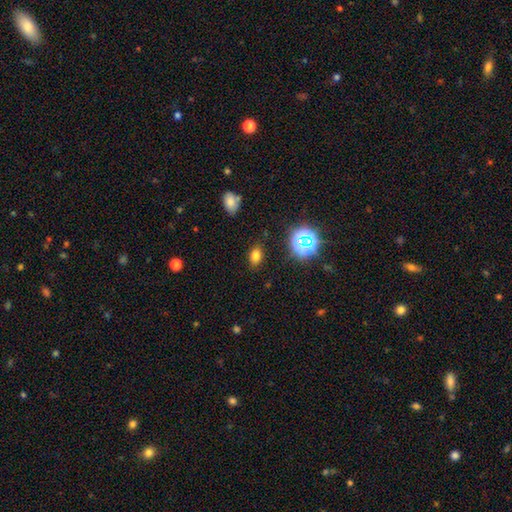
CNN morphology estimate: smooth 74%, star or artifact 19%, featured or disk 7%. Down the decision tree: how rounded — in between (81%); merging — none (84%).